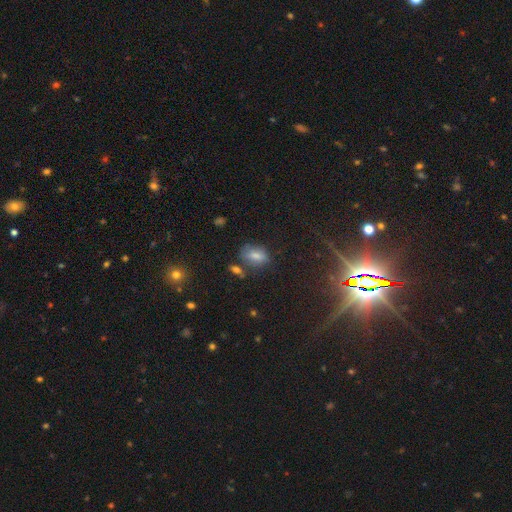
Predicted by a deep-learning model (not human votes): This is possibly a smooth galaxy (55%). How rounded: likely in between (79%). Merging: likely none (70%).